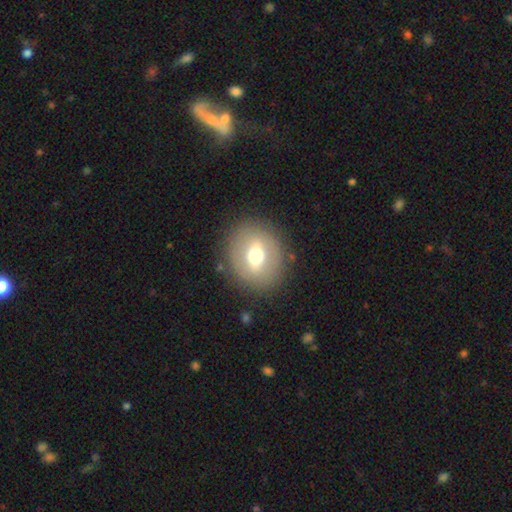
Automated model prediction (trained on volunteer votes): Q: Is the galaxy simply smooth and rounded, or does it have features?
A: smooth — 52%.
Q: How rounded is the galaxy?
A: round — 73%.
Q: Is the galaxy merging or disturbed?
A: none — 86%.